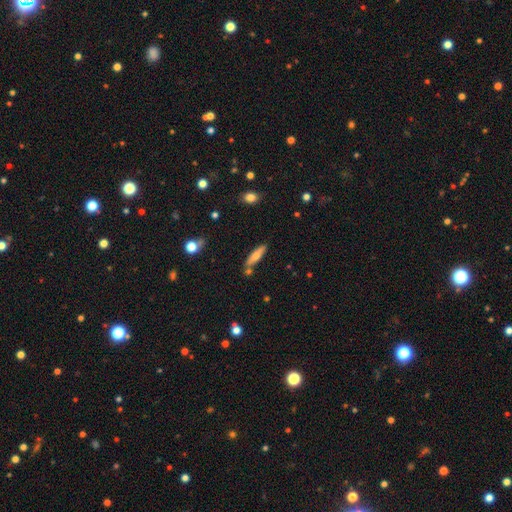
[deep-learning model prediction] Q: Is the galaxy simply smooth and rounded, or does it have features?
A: smooth — 57%.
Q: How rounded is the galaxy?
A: cigar-shaped — 70%.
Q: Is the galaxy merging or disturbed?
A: none — 74%.